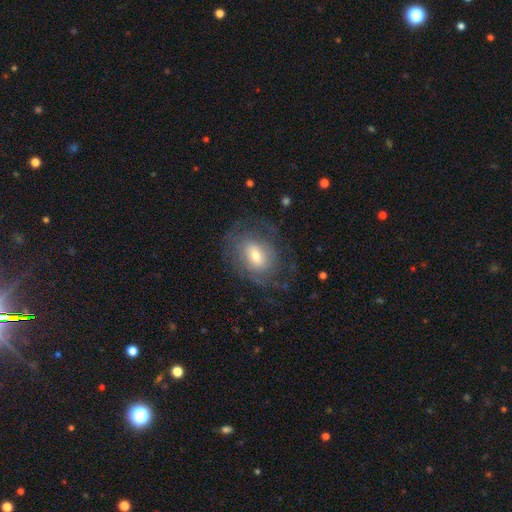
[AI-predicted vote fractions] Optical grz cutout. It shows a featured or disk galaxy (57%) with no bar (49%), spiral arms (68%) and a moderate central bulge (51%). Merging: none (63%).